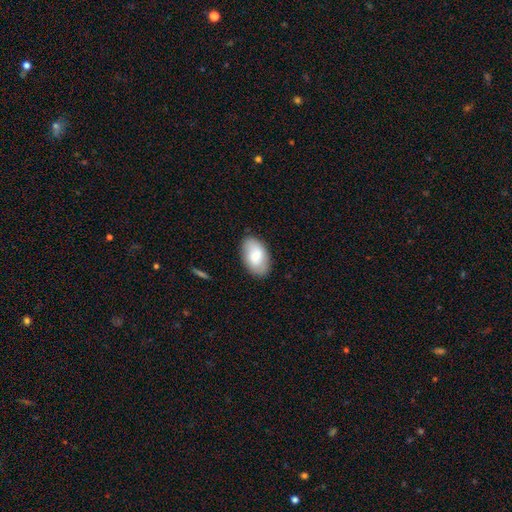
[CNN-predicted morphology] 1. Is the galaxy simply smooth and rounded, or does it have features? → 72% smooth, 22% featured or disk, 6% star or artifact.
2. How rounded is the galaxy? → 93% in between, 5% round, 1% cigar-shaped.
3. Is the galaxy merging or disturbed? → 83% none, 13% minor disturbance, 3% major disturbance, 1% merger.